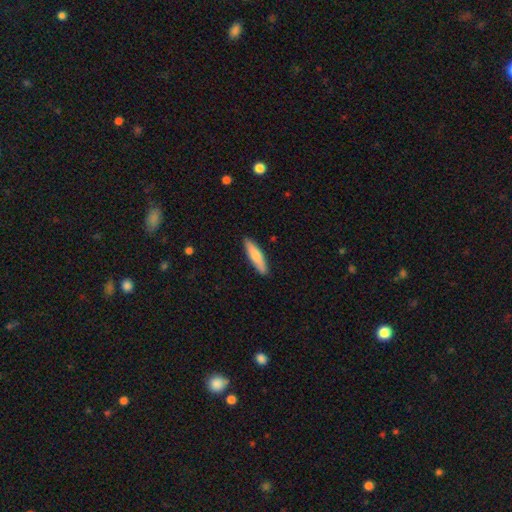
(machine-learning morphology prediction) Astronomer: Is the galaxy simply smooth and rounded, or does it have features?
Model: smooth — 75%.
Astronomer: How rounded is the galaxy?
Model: cigar-shaped — 76%.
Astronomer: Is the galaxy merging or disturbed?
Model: none — 89%.